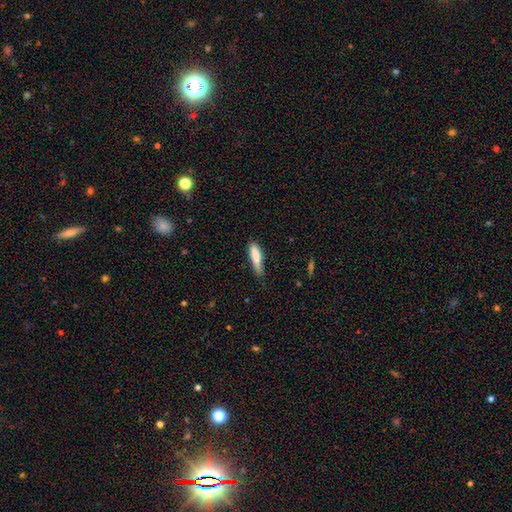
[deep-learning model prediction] smooth-or-featured: smooth: 81% | featured or disk: 12% | star or artifact: 6%
  how-rounded: cigar-shaped: 75% | in between: 24% | round: 1%
  merging: none: 62% | minor disturbance: 31% | major disturbance: 5% | merger: 2%